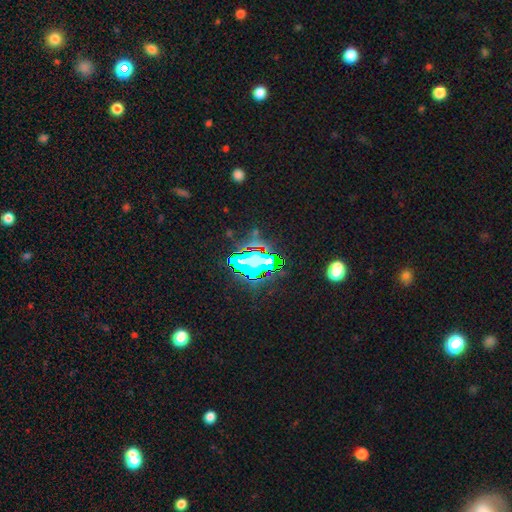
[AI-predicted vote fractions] This appears to be a star or artifact, not a galaxy (75%).